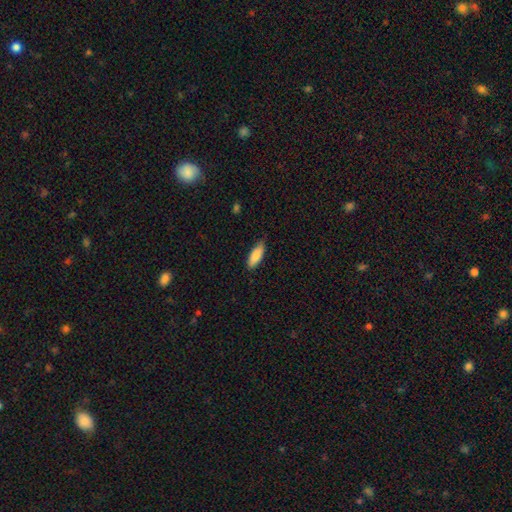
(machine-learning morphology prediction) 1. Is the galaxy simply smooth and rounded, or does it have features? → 87% smooth, 7% featured or disk, 6% star or artifact.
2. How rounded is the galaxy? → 69% in between, 29% cigar-shaped, 2% round.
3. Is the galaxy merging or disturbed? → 78% none, 18% minor disturbance, 3% major disturbance, 1% merger.